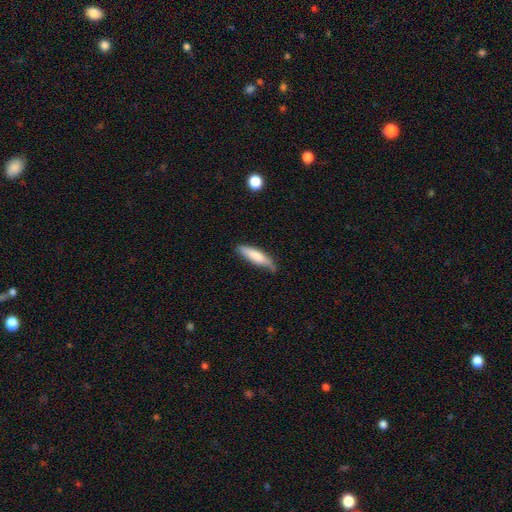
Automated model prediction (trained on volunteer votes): Overall: smooth (74%). How rounded: cigar-shaped (71%). Merging: none (61%; minor disturbance 31%).